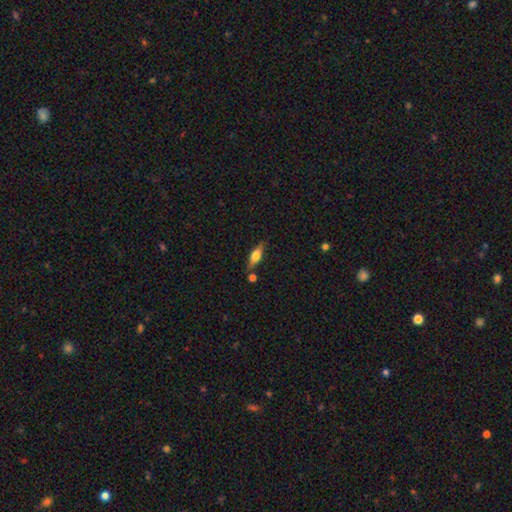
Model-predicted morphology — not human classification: This is possibly a smooth galaxy (51%). How rounded: possibly in between (52%). Merging: likely none (75%).